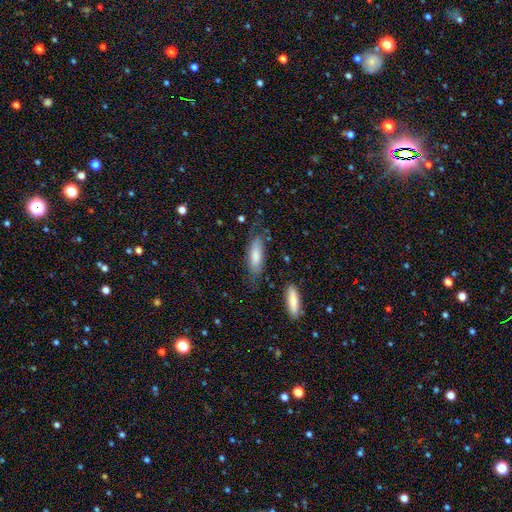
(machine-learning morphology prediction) Smooth or featured?
  - smooth: 74% *
  - featured or disk: 20%
  - star or artifact: 6%
How rounded?
  - in between: 58% *
  - cigar-shaped: 40%
  - round: 2%
Merging?
  - none: 66% *
  - minor disturbance: 23%
  - major disturbance: 8%
  - merger: 3%